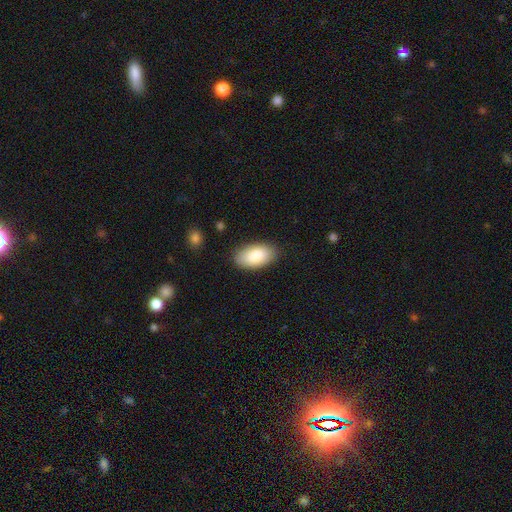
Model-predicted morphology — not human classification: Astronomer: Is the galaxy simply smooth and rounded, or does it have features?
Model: smooth — 86%.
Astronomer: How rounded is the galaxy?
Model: in between — 95%.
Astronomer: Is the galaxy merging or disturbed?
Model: none — 85%.